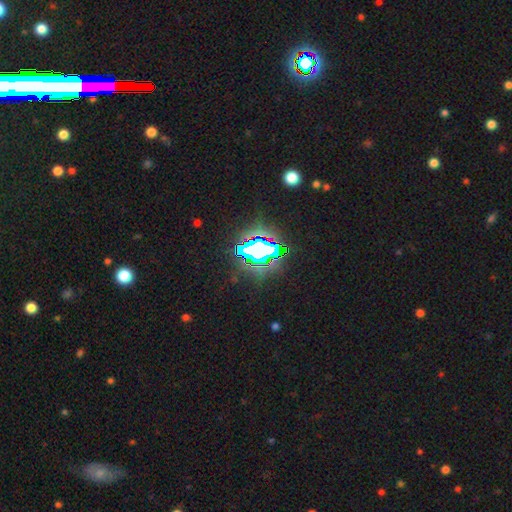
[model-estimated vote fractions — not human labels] Overall: star or artifact (85%).